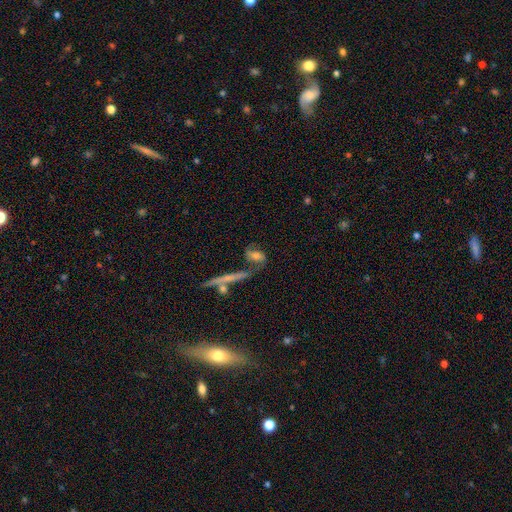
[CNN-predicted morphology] type=featured or disk (48%); merging=none (52%).